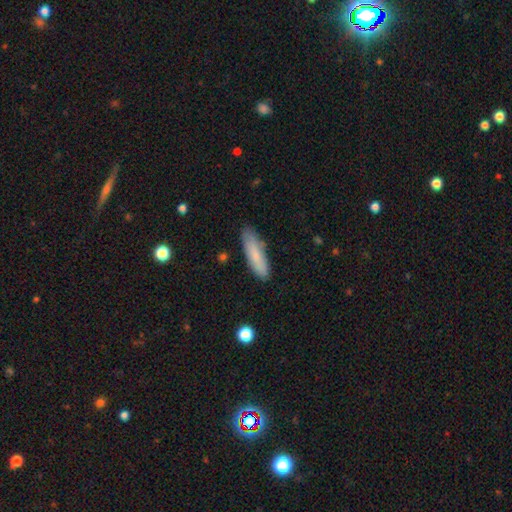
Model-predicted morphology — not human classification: A smooth galaxy with no disk features (81%) that is cigar-shaped (64%).

Vote fractions:
- Smooth or featured? smooth: 81% / featured or disk: 12% / star or artifact: 6%
- How rounded? cigar-shaped: 64% / in between: 35% / round: 1%
- Merging? none: 82% / minor disturbance: 14% / major disturbance: 2% / merger: 2%